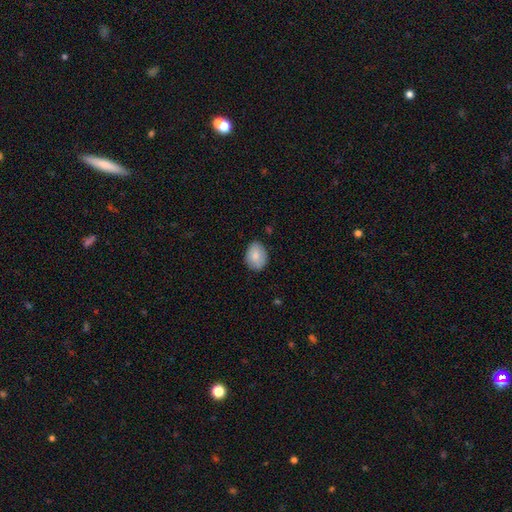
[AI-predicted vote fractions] Smooth or featured? smooth (81%)
How rounded? in between (65%)
Merging? none (81%)